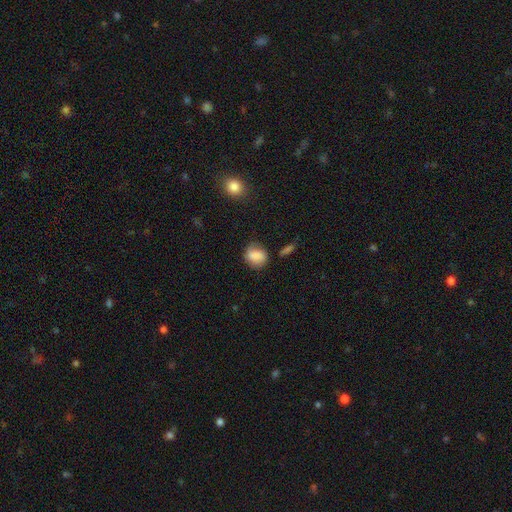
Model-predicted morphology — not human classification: This appears to be a smooth galaxy with no disk features (77%) that is round (64%). Merging: none (63%).